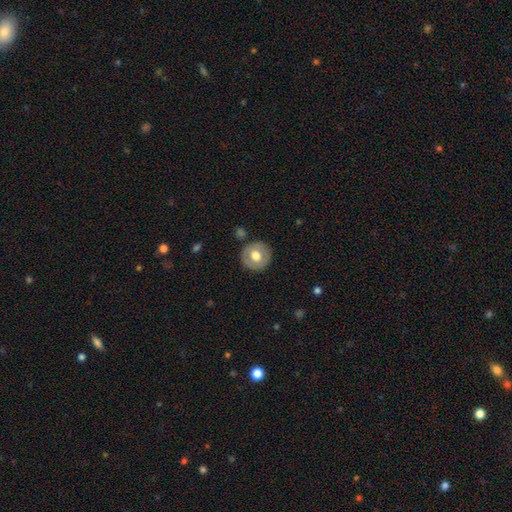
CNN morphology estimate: This appears to be a smooth galaxy with no disk features (61%) that is round (92%). Merging: none (87%).